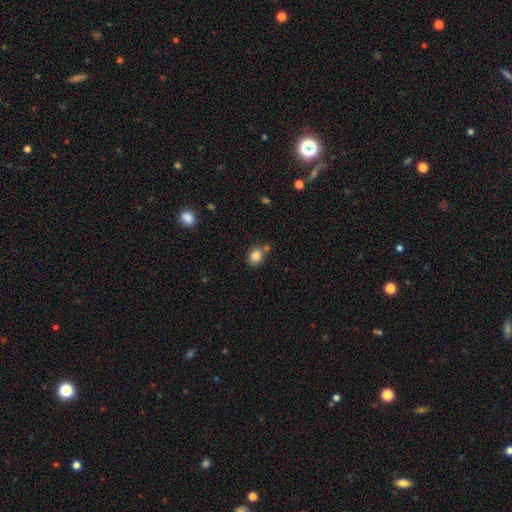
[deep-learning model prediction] smooth 84%, star or artifact 10%, featured or disk 5%. Down the decision tree: how rounded — round (68%); merging — none (69%).